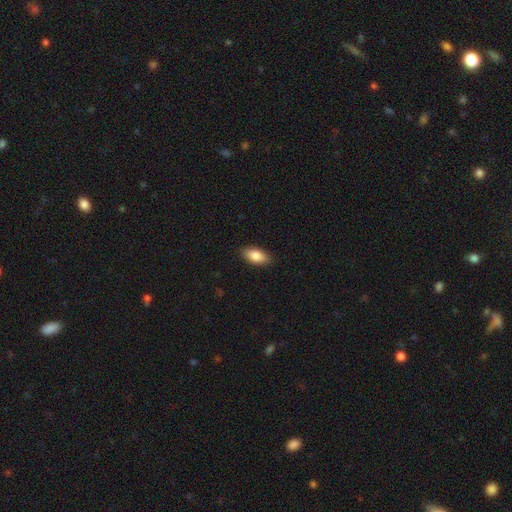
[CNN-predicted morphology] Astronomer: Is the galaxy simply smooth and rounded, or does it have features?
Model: smooth — 85%.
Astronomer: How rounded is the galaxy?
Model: in between — 89%.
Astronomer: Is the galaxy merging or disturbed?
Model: none — 89%.